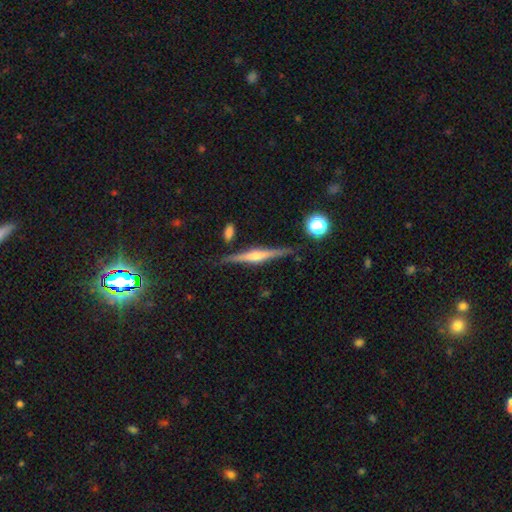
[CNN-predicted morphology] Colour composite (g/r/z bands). It shows a featured or disk galaxy (78%) viewed edge-on (98%) with a rounded central bulge (84%). Merging: none (86%).